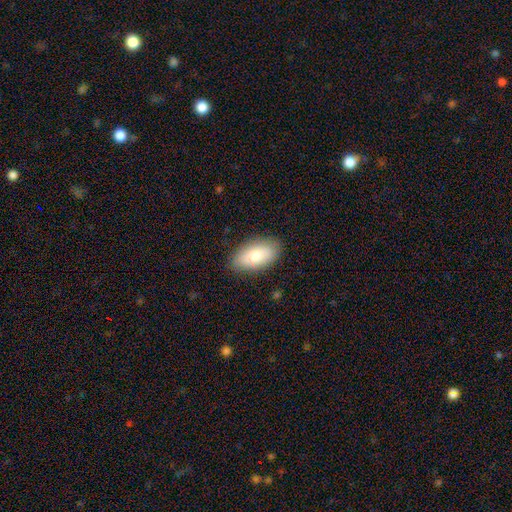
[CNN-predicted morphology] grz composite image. It shows a smooth galaxy with no disk features (80%) that is in between round and cigar-shaped (93%). Merging: none (84%).